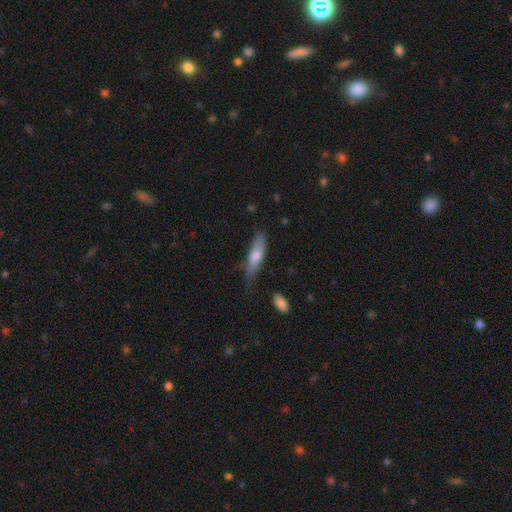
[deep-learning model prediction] The model was most divided on "how rounded": cigar-shaped: 62%, in between: 36%, round: 2%. More confident: smooth or featured — smooth (70%); merging — none (58%).